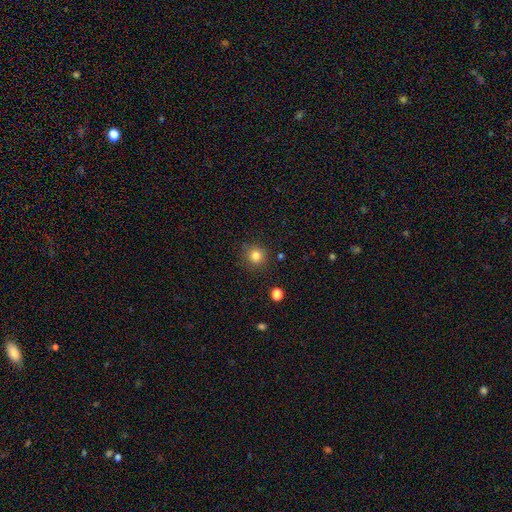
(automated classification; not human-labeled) Morphology: type=smooth (82%); roundness=round (93%); merging=none (86%).